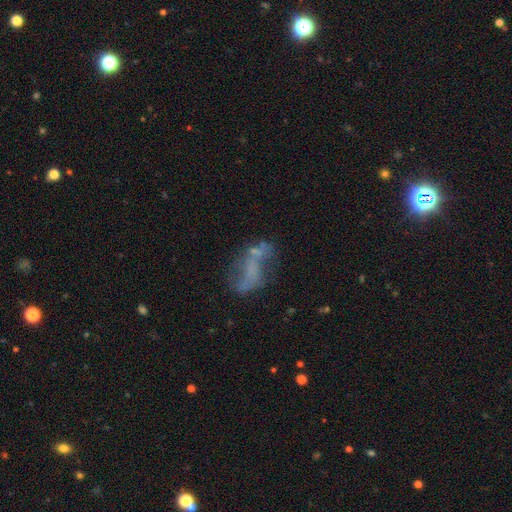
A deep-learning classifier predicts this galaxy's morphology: Q: Smooth or featured?
A: featured or disk (57%); runner-up: smooth (29%)
Q: Edge-on disk?
A: no (94%); runner-up: yes (6%)
Q: Bar?
A: no (71%); runner-up: weak (18%)
Q: Spiral arms?
A: no (72%); runner-up: yes (28%)
Q: Bulge size?
A: none (74%); runner-up: small (15%)
Q: Merging?
A: none (37%); runner-up: major disturbance (26%)